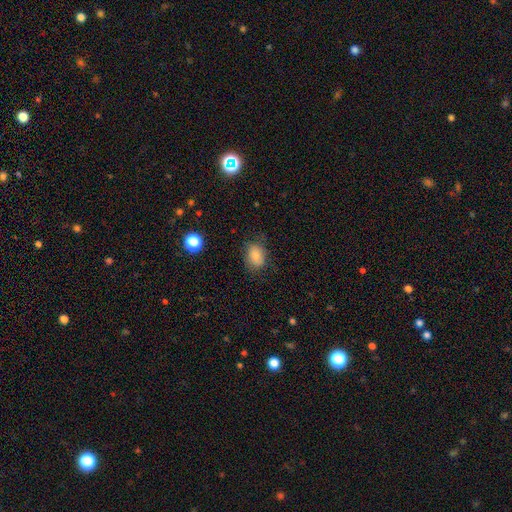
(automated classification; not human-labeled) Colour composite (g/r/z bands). It shows a smooth galaxy with no disk features (80%) that is in between round and cigar-shaped (66%). Merging: none (71%).